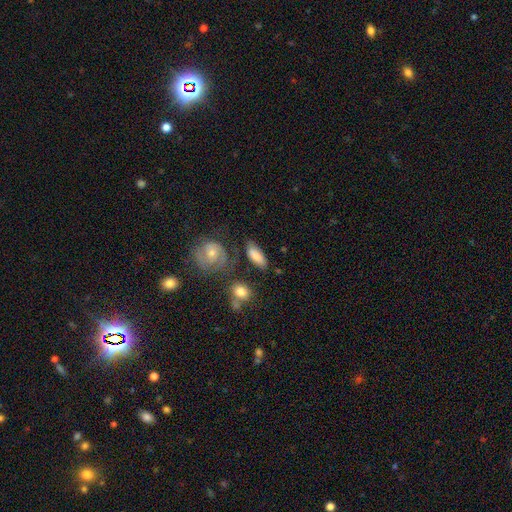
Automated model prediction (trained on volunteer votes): smooth_or_featured: smooth (p=0.76) [alt: featured or disk p=0.16]
how_rounded: in between (p=0.73) [alt: cigar-shaped p=0.22]
merging: none (p=0.66) [alt: minor disturbance p=0.20]